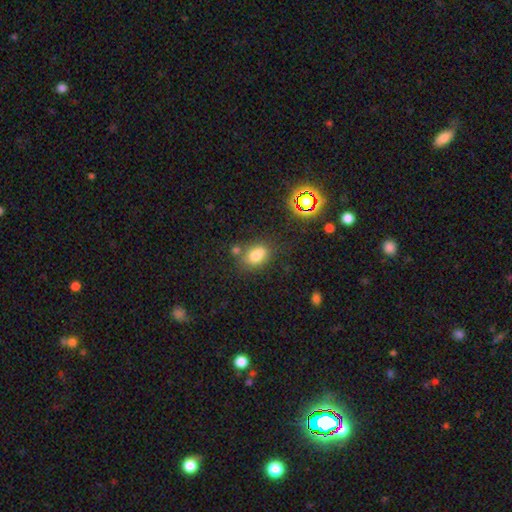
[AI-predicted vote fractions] smooth 75%, star or artifact 14%, featured or disk 11%. Down the decision tree: how rounded — in between (72%); merging — none (62%).